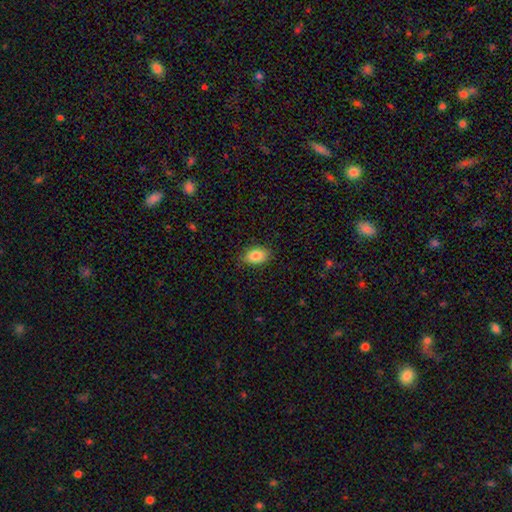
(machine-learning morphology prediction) smooth 86%, star or artifact 7%, featured or disk 7%. Down the decision tree: how rounded — in between (89%); merging — none (85%).